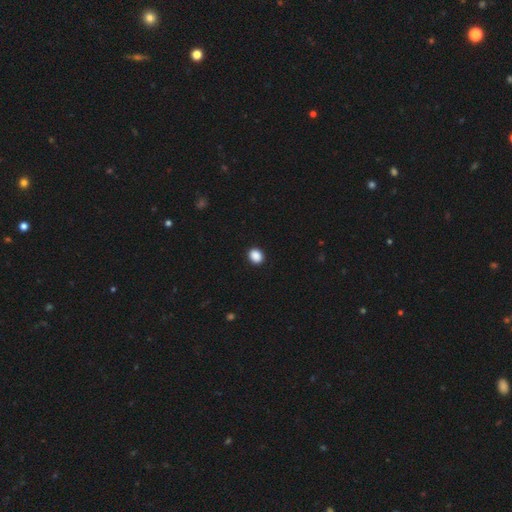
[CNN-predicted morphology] Smooth or featured: smooth — 89% (star or artifact — 9%)
How rounded: round — 55% (in between — 44%)
Merging: none — 91% (minor disturbance — 6%)